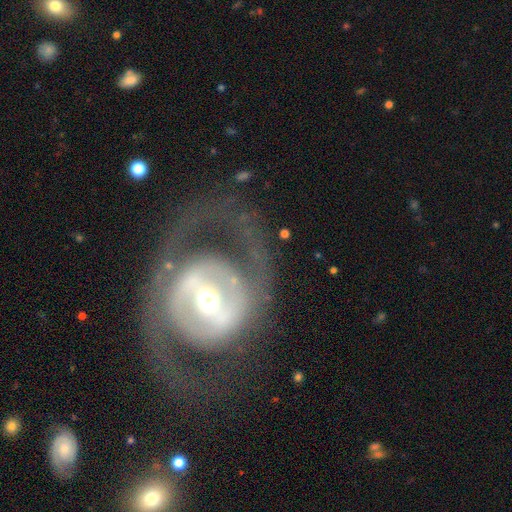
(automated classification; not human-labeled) Q: Smooth or featured?
A: featured or disk (80%); runner-up: smooth (14%)
Q: Edge-on disk?
A: no (94%); runner-up: yes (6%)
Q: Bar?
A: strong (41%); runner-up: weak (33%)
Q: Spiral arms?
A: yes (55%); runner-up: no (45%)
Q: Bulge size?
A: moderate (64%); runner-up: small (20%)
Q: Merging?
A: none (68%); runner-up: major disturbance (18%)